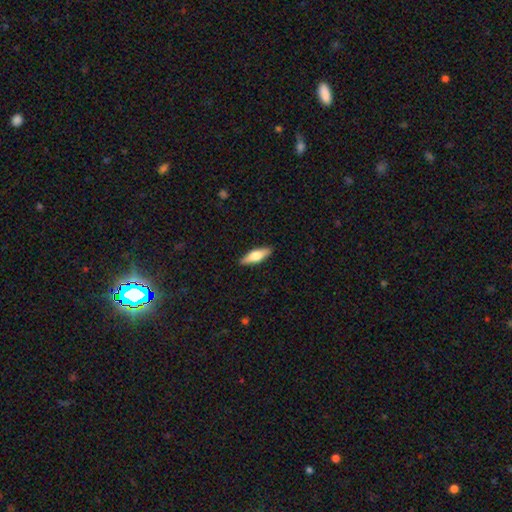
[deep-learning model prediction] A smooth galaxy with no disk features (57%) that is in between round and cigar-shaped (52%).

Vote fractions:
- Smooth or featured? smooth: 57% / featured or disk: 37% / star or artifact: 6%
- How rounded? in between: 52% / cigar-shaped: 45% / round: 2%
- Merging? none: 89% / minor disturbance: 8% / major disturbance: 2% / merger: 1%